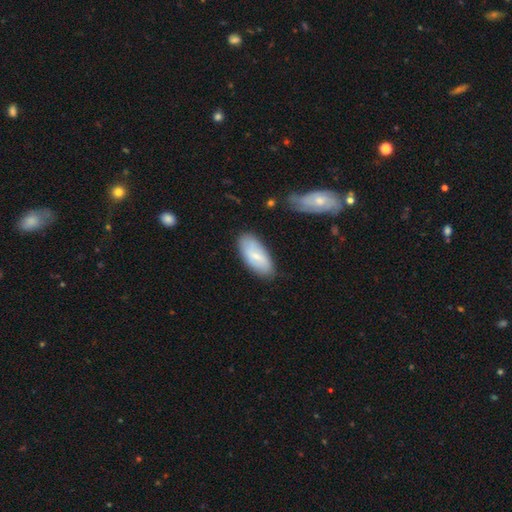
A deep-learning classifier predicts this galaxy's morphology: Smooth or featured? Predicted: smooth (p=0.63). How rounded? Predicted: in between (p=0.88). Merging? Predicted: none (p=0.78).